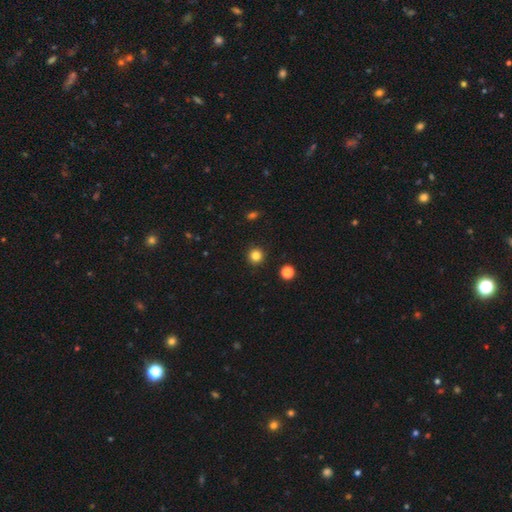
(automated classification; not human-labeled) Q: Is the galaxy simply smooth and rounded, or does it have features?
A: smooth — 83%.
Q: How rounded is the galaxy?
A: round — 95%.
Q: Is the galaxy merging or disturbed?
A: none — 92%.